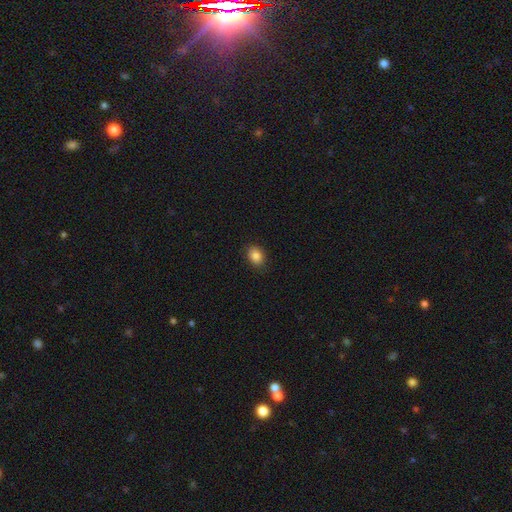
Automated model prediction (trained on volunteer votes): Smooth or featured: smooth — 86% (star or artifact — 9%)
How rounded: in between — 66% (round — 33%)
Merging: none — 88% (minor disturbance — 9%)